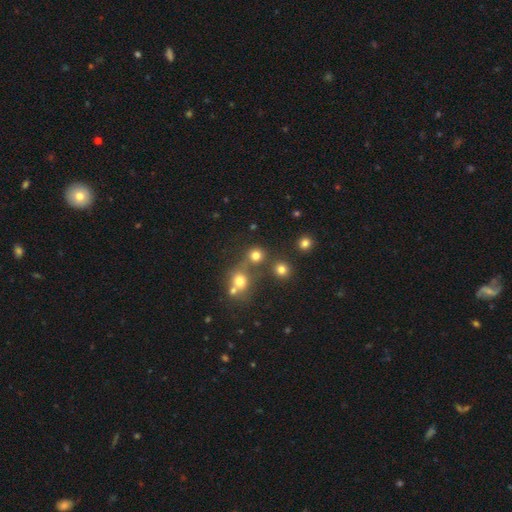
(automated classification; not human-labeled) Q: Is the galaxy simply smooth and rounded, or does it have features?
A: smooth — 74%.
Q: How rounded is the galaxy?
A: round — 88%.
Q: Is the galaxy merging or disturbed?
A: none — 65%.